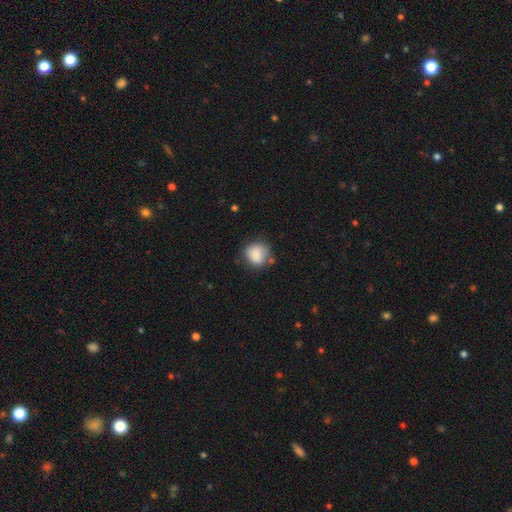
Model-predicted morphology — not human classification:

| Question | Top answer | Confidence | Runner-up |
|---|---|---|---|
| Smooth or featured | smooth | 84% | star or artifact (8%) |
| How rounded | round | 74% | in between (25%) |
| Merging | none | 62% | minor disturbance (24%) |